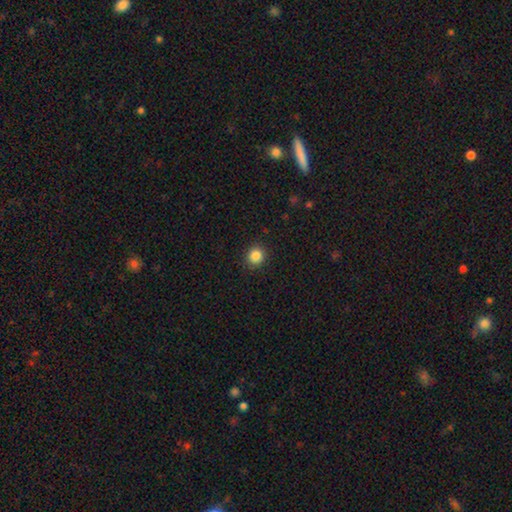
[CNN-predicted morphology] type=smooth (86%); roundness=round (89%); merging=none (91%).